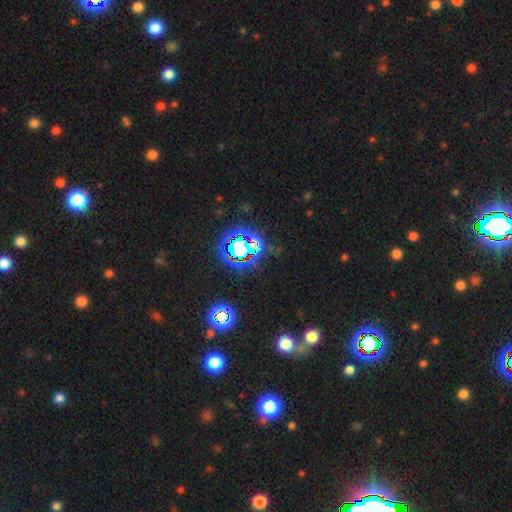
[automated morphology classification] The model was most divided on "smooth or featured": star or artifact: 80%, smooth: 13%, featured or disk: 7%.